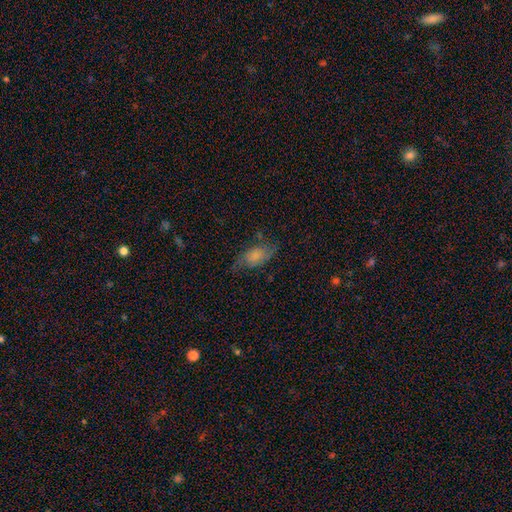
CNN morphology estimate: This is possibly a smooth galaxy (58%). How rounded: clearly in between (88%). Merging: possibly none (57%).